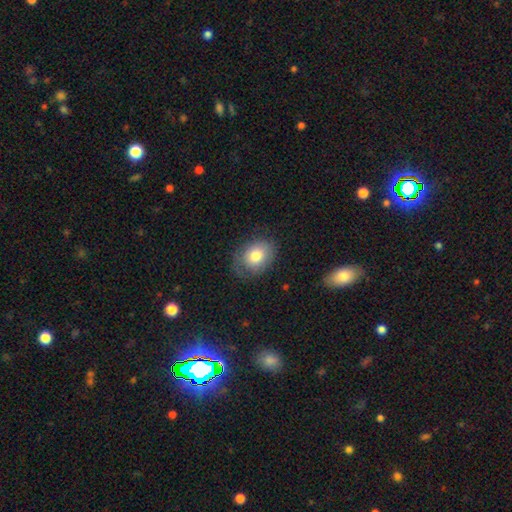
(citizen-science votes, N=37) Q: Smooth or featured?
A: smooth (78%); runner-up: featured or disk (19%)
Q: How rounded?
A: in between (76%); runner-up: round (24%)
Q: Merging?
A: none (83%); runner-up: minor disturbance (11%)